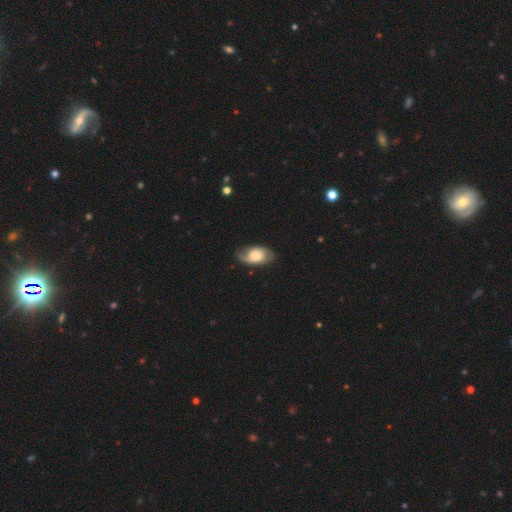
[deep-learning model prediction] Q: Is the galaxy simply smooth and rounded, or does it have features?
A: featured or disk — 53%.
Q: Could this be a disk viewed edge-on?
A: no — 94%.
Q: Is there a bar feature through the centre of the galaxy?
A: no — 68%.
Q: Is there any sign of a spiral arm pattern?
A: yes — 85%.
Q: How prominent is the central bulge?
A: moderate — 51%.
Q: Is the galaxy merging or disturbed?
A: none — 74%.